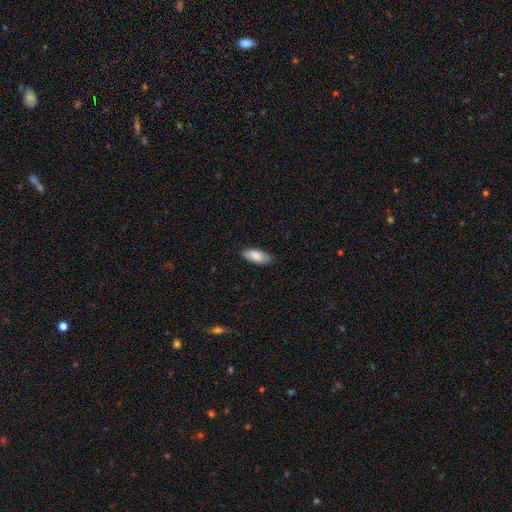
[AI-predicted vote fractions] This is clearly a smooth galaxy (86%). How rounded: clearly in between (86%). Merging: clearly none (83%).